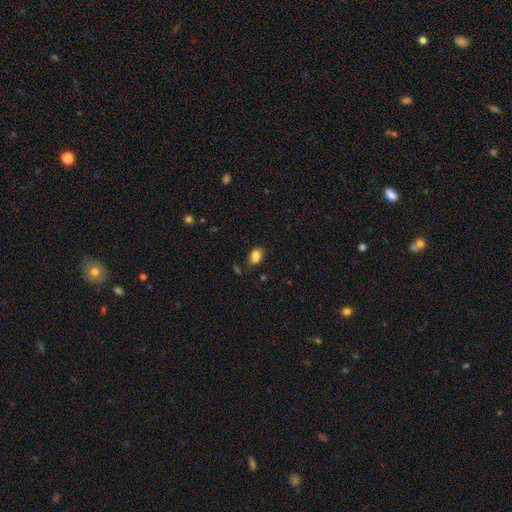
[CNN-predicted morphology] This is clearly a smooth galaxy (83%). How rounded: likely in between (79%). Merging: likely none (74%).